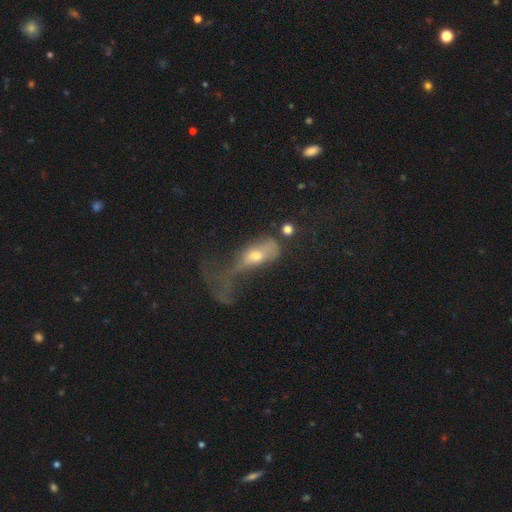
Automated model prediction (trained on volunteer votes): Smooth or featured? smooth (49%)
Merging? major disturbance (68%)